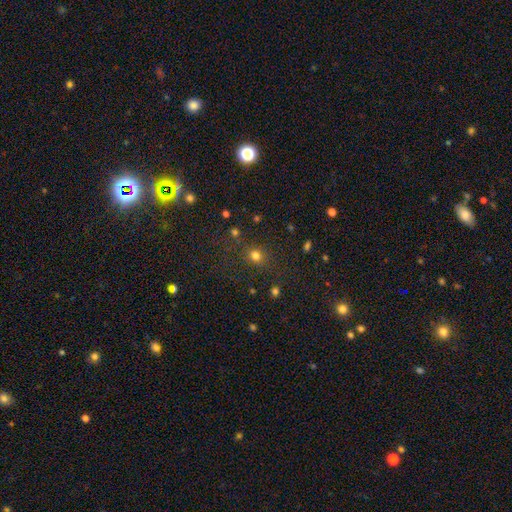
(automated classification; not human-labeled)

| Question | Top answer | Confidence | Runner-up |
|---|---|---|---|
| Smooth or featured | smooth | 76% | star or artifact (18%) |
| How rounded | round | 79% | in between (19%) |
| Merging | none | 80% | minor disturbance (10%) |